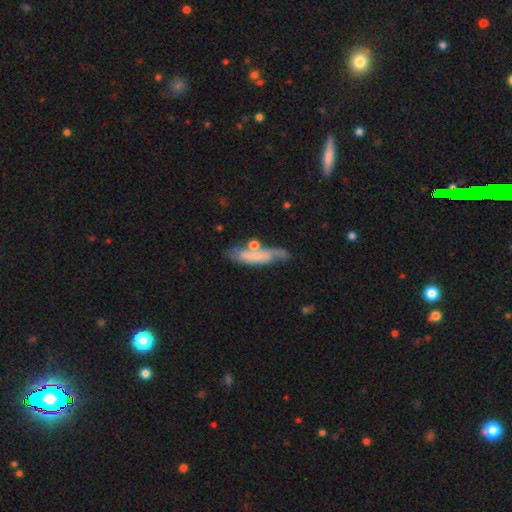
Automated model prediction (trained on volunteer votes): Q: Smooth or featured?
A: featured or disk (48%); runner-up: smooth (44%)
Q: Merging?
A: none (45%); runner-up: minor disturbance (26%)